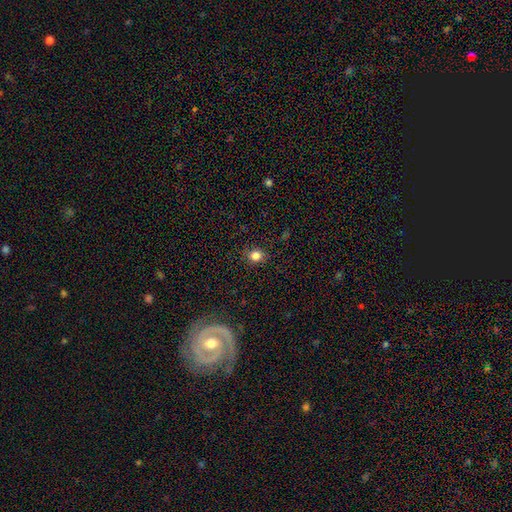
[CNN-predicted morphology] Overall: smooth (82%). How rounded: round (80%). Merging: none (87%).